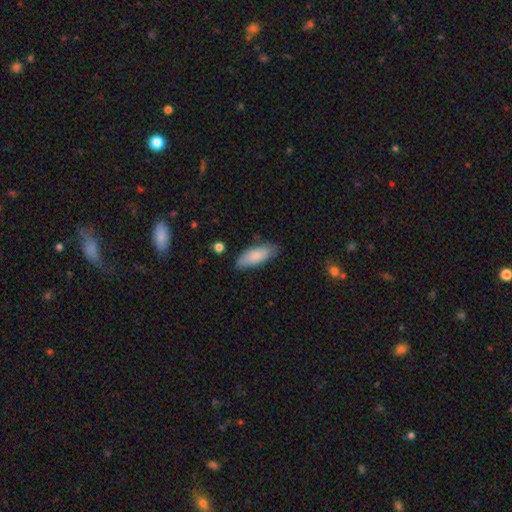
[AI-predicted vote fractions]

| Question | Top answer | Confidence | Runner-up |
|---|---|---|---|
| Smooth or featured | smooth | 83% | featured or disk (11%) |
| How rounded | in between | 73% | cigar-shaped (25%) |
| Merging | none | 76% | minor disturbance (19%) |